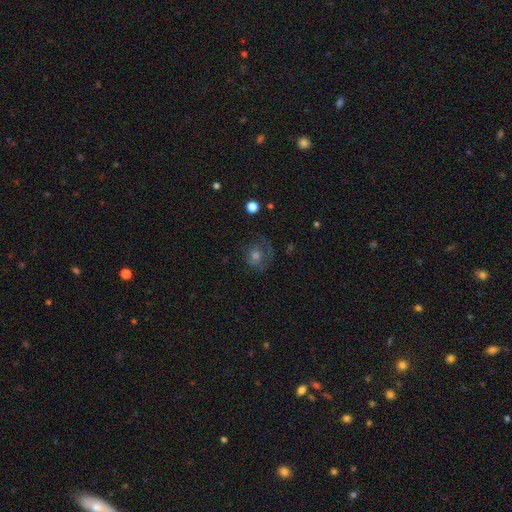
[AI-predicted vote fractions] smooth-or-featured: featured or disk: 45% | smooth: 36% | star or artifact: 18%
  merging: none: 63% | major disturbance: 18% | minor disturbance: 18% | merger: 2%